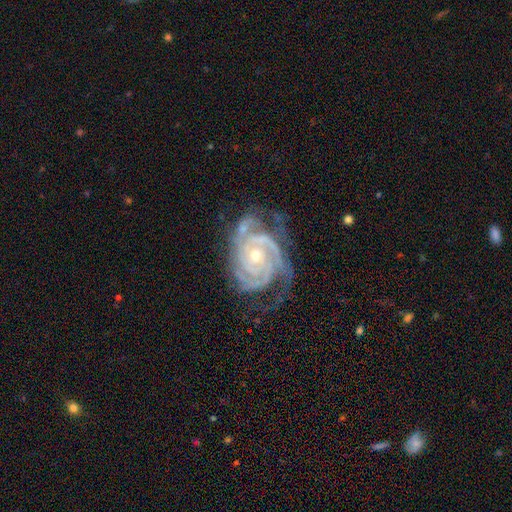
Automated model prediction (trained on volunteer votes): The model was most divided on "bulge size": small: 56%, moderate: 41%, large: 1%, none: 1%, dominant: 1%. Remaining: spiral arms — yes (99%); edge-on disk — no (98%); smooth or featured — featured or disk (93%); spiral winding — tight (77%); bar — no (72%); merging — none (63%); spiral arm count — 3 (45%).